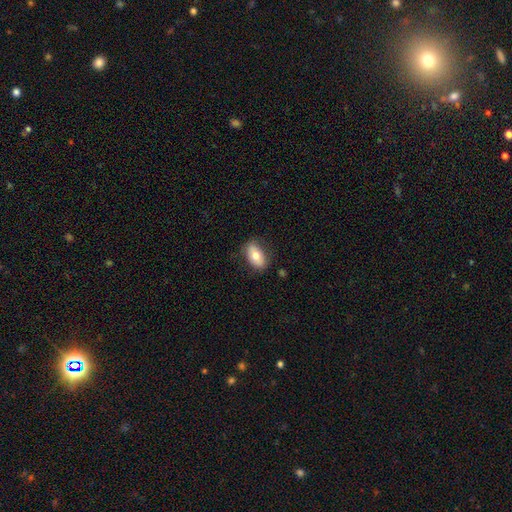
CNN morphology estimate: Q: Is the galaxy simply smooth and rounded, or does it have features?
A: smooth — 73%.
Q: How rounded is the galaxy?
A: in between — 91%.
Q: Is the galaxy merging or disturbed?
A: none — 80%.